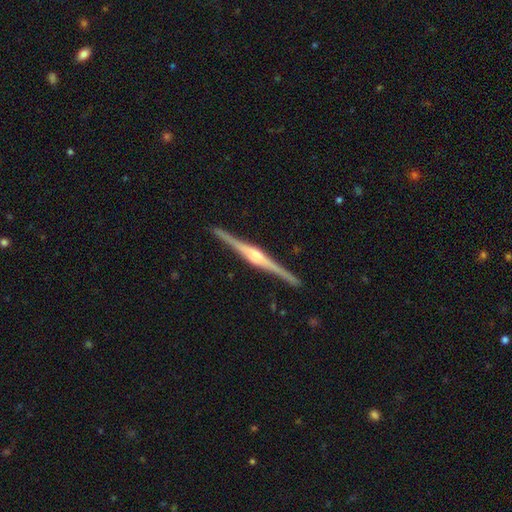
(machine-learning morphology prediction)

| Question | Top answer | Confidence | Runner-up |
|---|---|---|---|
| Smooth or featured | featured or disk | 86% | smooth (9%) |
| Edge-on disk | yes | 98% | no (2%) |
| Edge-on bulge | rounded | 68% | boxy (24%) |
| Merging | none | 90% | minor disturbance (8%) |